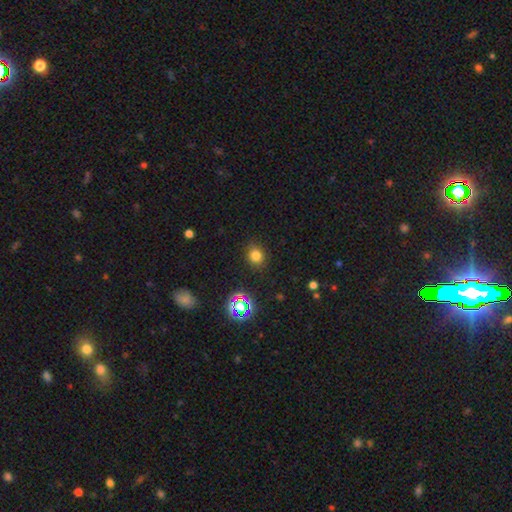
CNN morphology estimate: Smooth or featured? smooth (75%)
How rounded? round (73%)
Merging? none (86%)